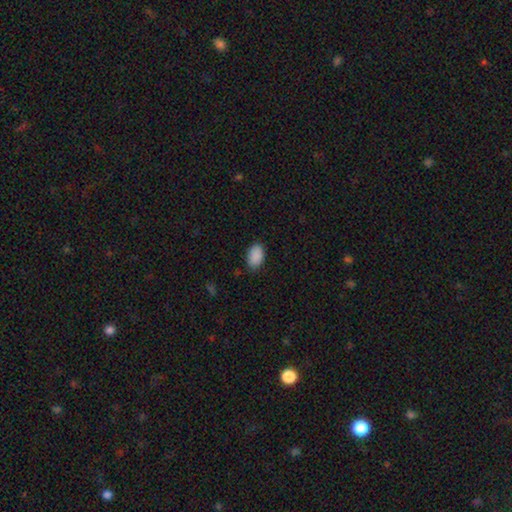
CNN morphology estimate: Smooth or featured?
  - smooth: 90% *
  - star or artifact: 7%
  - featured or disk: 3%
How rounded?
  - in between: 91% *
  - round: 7%
  - cigar-shaped: 1%
Merging?
  - none: 84% *
  - minor disturbance: 13%
  - major disturbance: 3%
  - merger: 1%